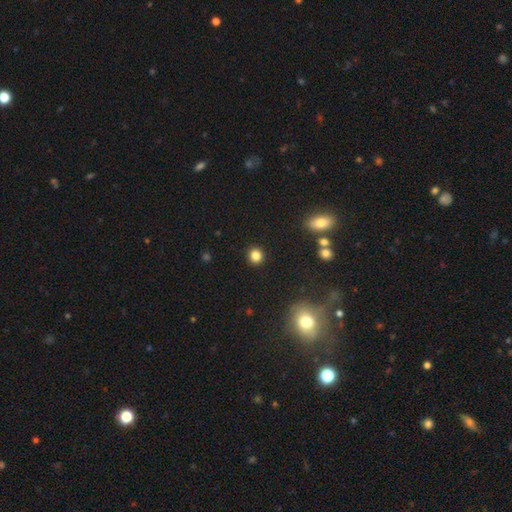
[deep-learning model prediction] A smooth galaxy with no disk features (84%) that is round (89%).

Vote fractions:
- Smooth or featured? smooth: 84% / star or artifact: 12% / featured or disk: 4%
- How rounded? round: 89% / in between: 10% / cigar-shaped: 1%
- Merging? none: 91% / minor disturbance: 5% / major disturbance: 2% / merger: 2%